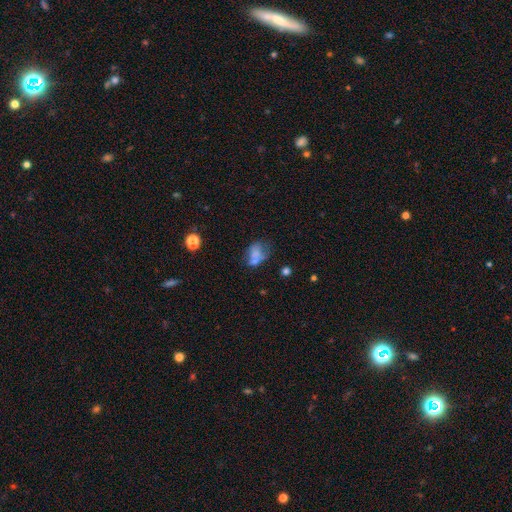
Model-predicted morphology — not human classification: smooth 56%, featured or disk 30%, star or artifact 14%. Down the decision tree: how rounded — in between (72%); merging — none (29%).